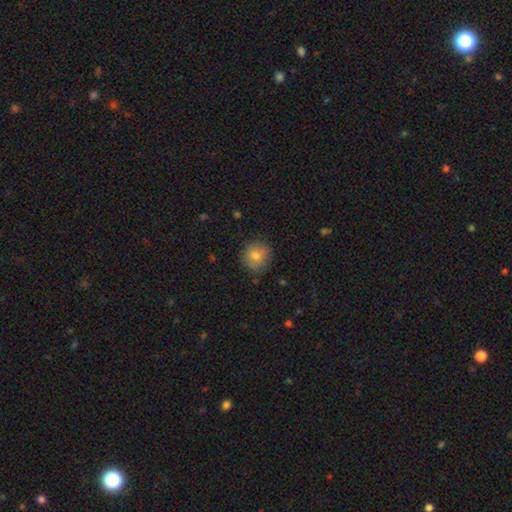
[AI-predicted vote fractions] smooth_or_featured: smooth (p=0.78) [alt: featured or disk p=0.11]
how_rounded: round (p=0.89) [alt: in between p=0.10]
merging: none (p=0.83) [alt: minor disturbance p=0.13]